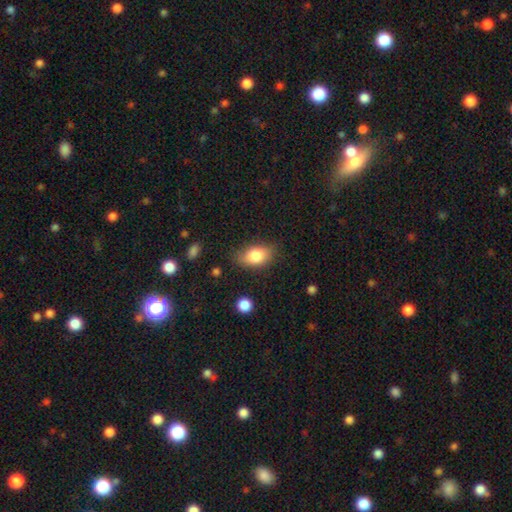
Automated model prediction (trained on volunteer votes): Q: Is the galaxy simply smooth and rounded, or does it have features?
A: smooth — 82%.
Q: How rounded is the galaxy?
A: in between — 88%.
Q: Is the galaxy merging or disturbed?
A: none — 77%.